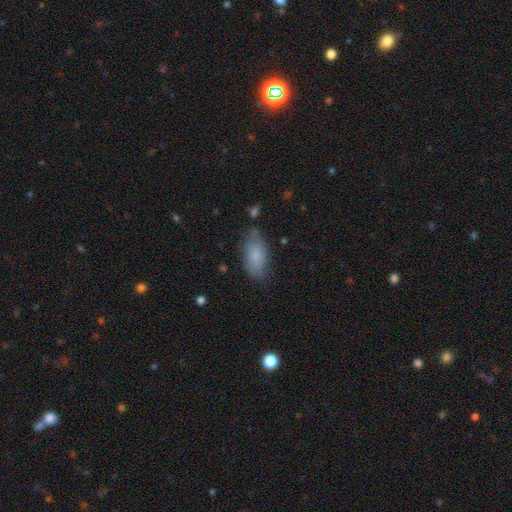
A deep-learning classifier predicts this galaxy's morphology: This is clearly a smooth galaxy (81%). How rounded: clearly in between (91%). Merging: likely none (74%).